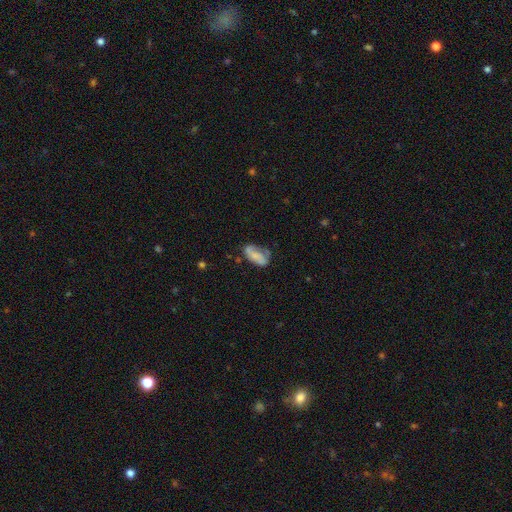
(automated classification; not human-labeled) Smooth or featured? smooth (52%)
How rounded? in between (89%)
Merging? none (47%)